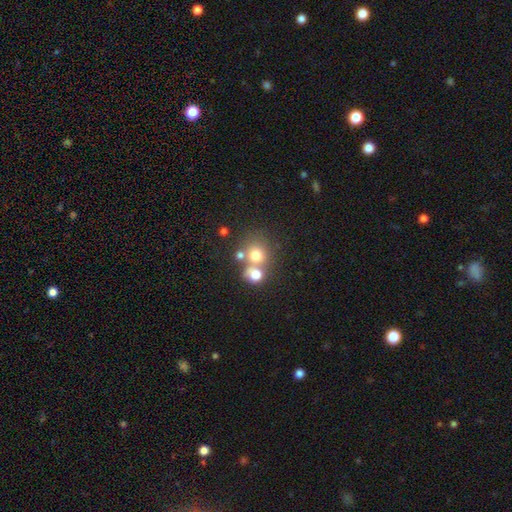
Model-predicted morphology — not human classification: This is likely a smooth galaxy (70%). How rounded: clearly round (83%). Merging: possibly none (48%).